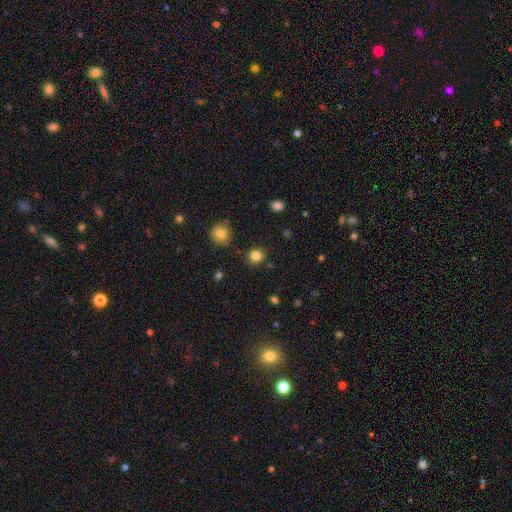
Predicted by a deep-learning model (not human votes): smooth_or_featured: smooth (p=0.83) [alt: star or artifact p=0.12]
how_rounded: round (p=0.88) [alt: in between p=0.11]
merging: none (p=0.89) [alt: minor disturbance p=0.07]